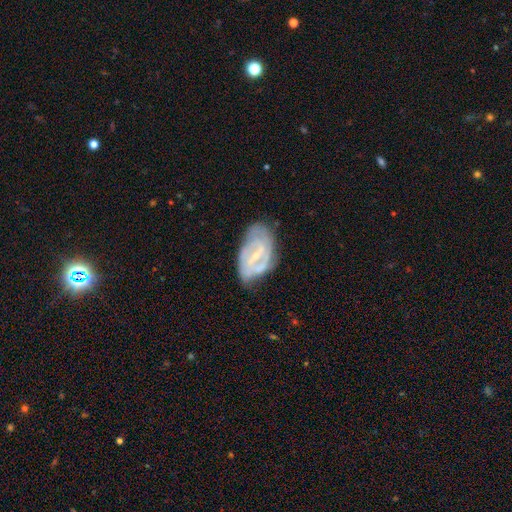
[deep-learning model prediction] A featured or disk galaxy (78%) with a weak bar (47%), 2 (48%) tight (51%) spiral arms (83%) and a small central bulge (68%). Merging: none (59%).